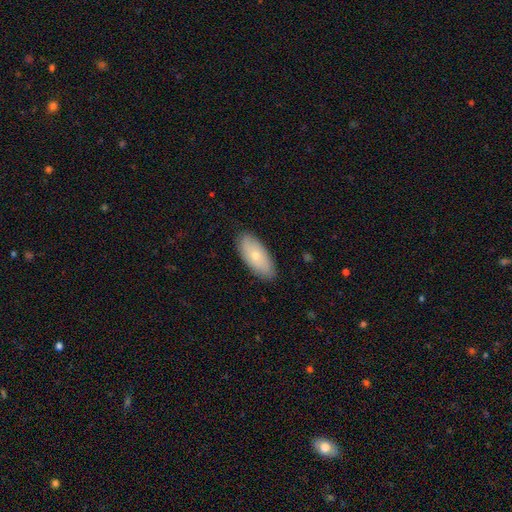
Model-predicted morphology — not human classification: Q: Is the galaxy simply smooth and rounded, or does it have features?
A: smooth — 66%.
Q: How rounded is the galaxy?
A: in between — 89%.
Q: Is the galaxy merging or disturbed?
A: none — 85%.